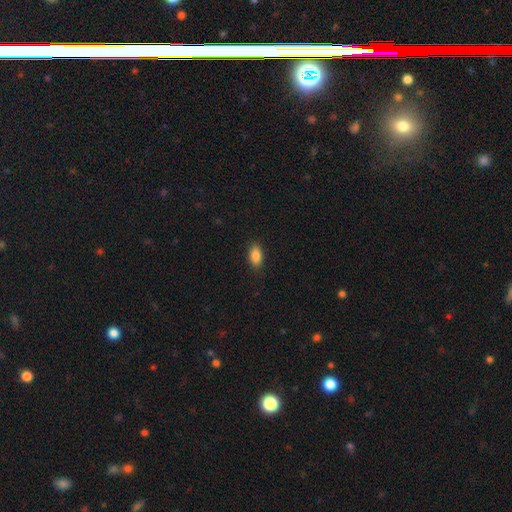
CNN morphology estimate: A smooth galaxy with no disk features (87%) that is in between round and cigar-shaped (91%). Merging: none (88%).